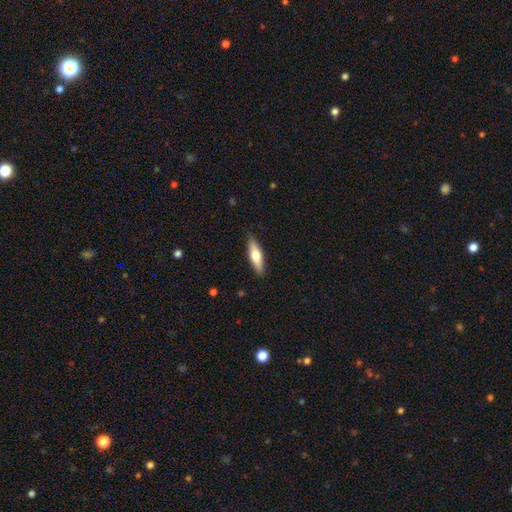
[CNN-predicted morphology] Overall: smooth (57%; featured or disk 38%). How rounded: cigar-shaped (61%; in between 37%). Merging: none (88%).